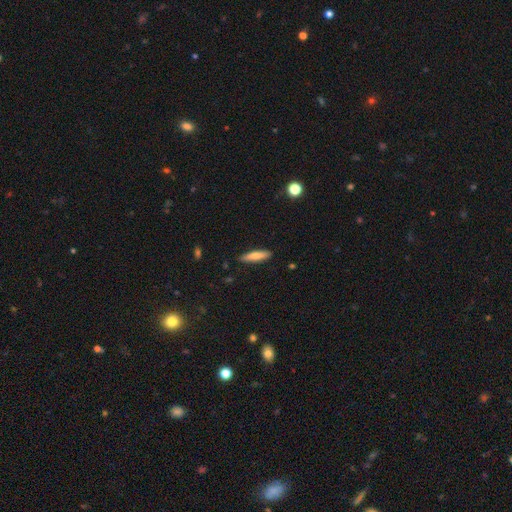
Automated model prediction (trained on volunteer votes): smooth_or_featured: smooth (p=0.72) [alt: featured or disk p=0.22]
how_rounded: cigar-shaped (p=0.80) [alt: in between p=0.18]
merging: none (p=0.88) [alt: minor disturbance p=0.09]